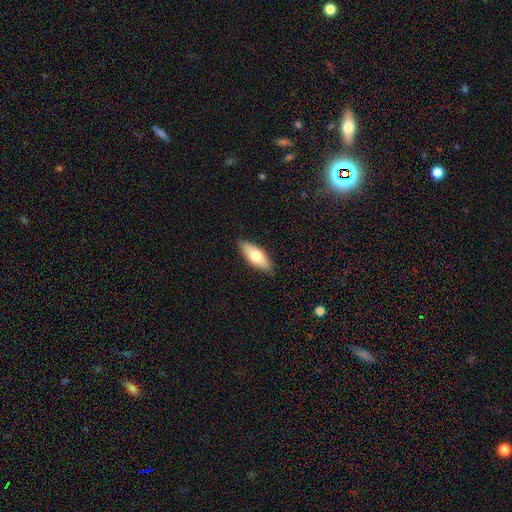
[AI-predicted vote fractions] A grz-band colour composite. It shows a smooth galaxy with no disk features (72%) that is in between round and cigar-shaped (69%). Merging: none (88%).